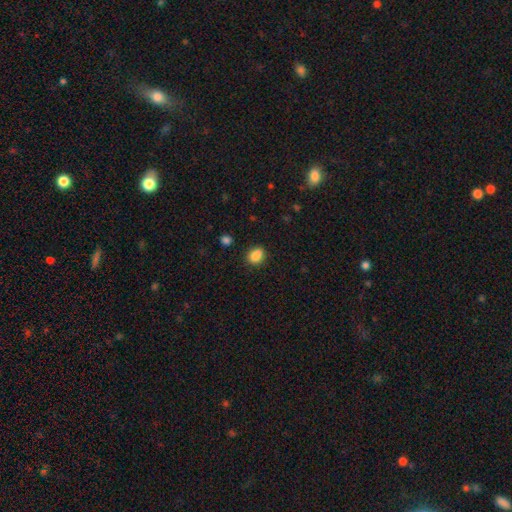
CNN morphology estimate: This appears to be a smooth galaxy with no disk features (87%) that is in between round and cigar-shaped (63%). Merging: none (82%).